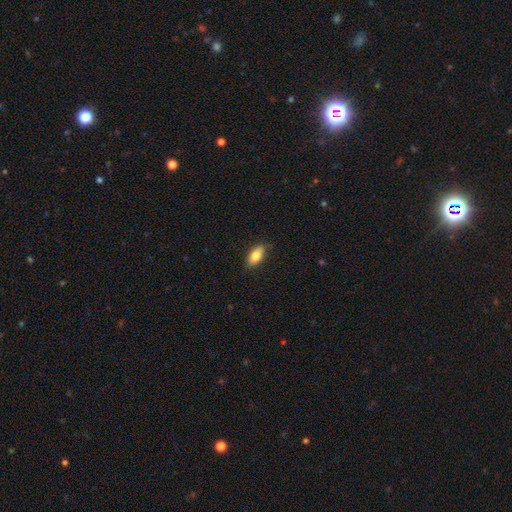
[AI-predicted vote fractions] This appears to be a smooth galaxy with no disk features (80%) that is in between round and cigar-shaped (88%). Merging: none (82%).